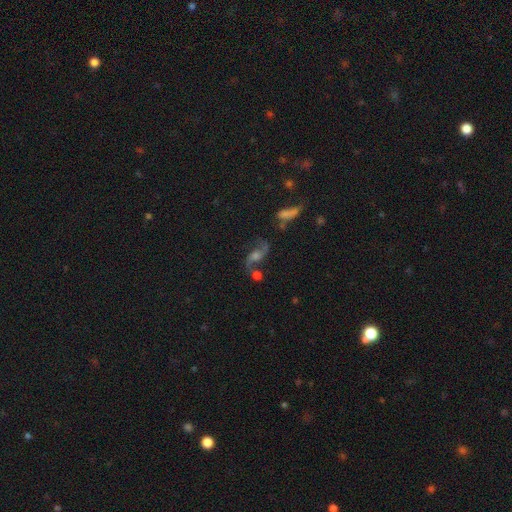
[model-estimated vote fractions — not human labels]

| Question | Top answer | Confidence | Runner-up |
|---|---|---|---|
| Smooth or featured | featured or disk | 78% | smooth (11%) |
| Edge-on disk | no | 94% | yes (6%) |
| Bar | no | 58% | weak (33%) |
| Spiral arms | yes | 94% | no (6%) |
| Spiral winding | loose | 72% | medium (23%) |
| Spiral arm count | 2 | 92% | 1 (3%) |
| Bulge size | moderate | 45% | large (20%) |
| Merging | none | 60% | minor disturbance (15%) |